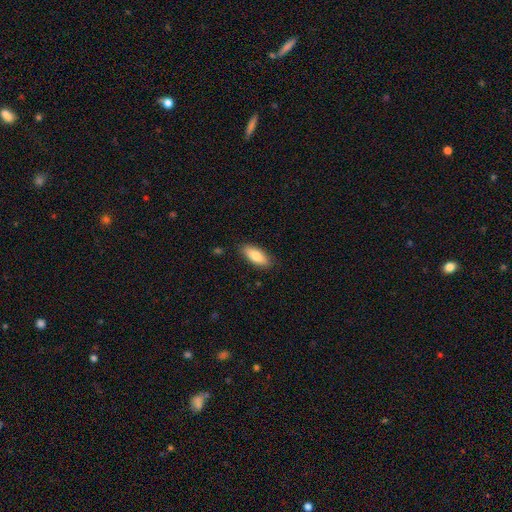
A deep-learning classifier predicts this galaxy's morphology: Overall: smooth (81%). How rounded: in between (75%). Merging: none (86%).